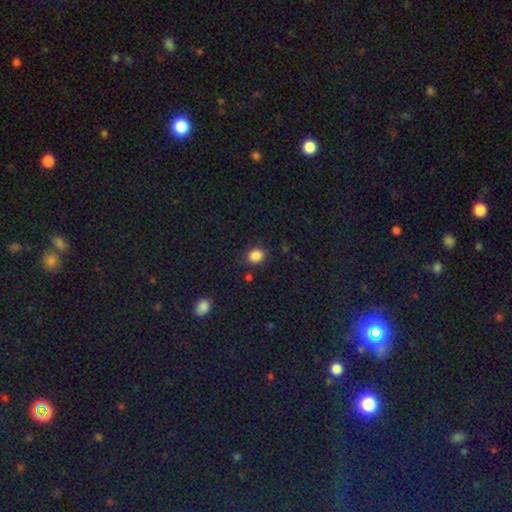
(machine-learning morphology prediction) A smooth galaxy with no disk features (86%) that is round (72%). Merging: none (84%).